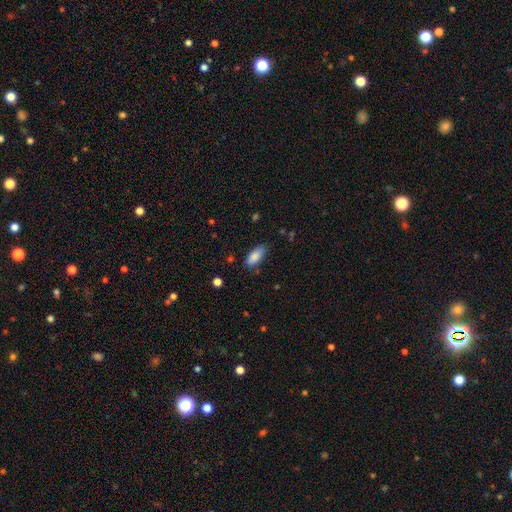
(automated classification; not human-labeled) Overall: smooth (87%). How rounded: in between (84%). Merging: none (73%).